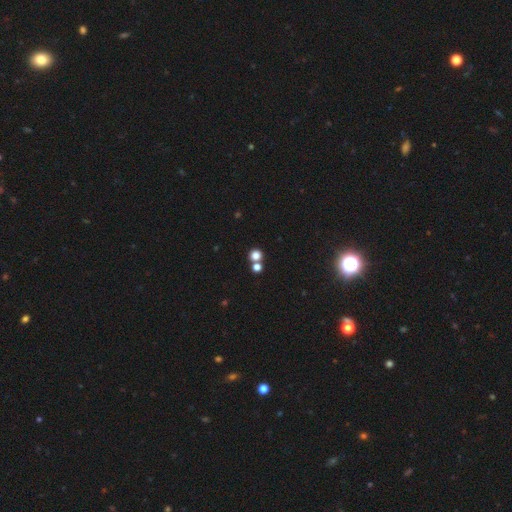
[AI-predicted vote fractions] Smooth or featured: smooth — 75% (star or artifact — 18%)
How rounded: round — 87% (in between — 12%)
Merging: none — 62% (merger — 28%)